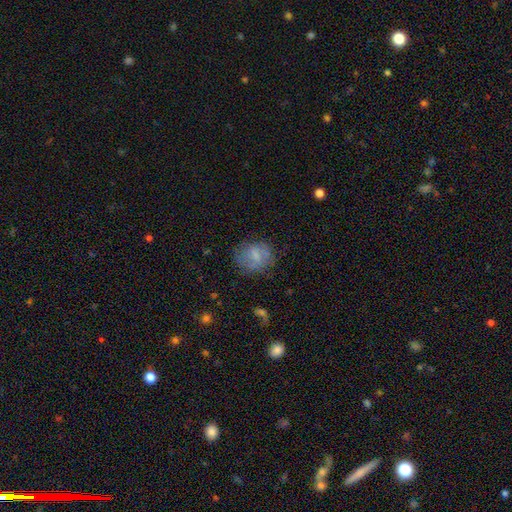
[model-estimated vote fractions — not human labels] Overall: smooth (63%; featured or disk 28%). How rounded: round (57%; in between 42%). Merging: none (67%).